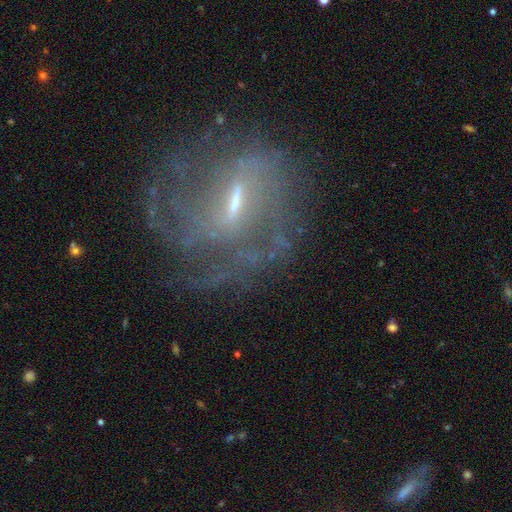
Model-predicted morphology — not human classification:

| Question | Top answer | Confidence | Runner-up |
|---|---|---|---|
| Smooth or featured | featured or disk | 81% | star or artifact (10%) |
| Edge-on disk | no | 93% | yes (7%) |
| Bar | weak | 49% | strong (37%) |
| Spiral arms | yes | 84% | no (16%) |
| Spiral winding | tight | 40% | medium (37%) |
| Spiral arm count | can't tell | 44% | 2 (25%) |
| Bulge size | small | 53% | moderate (33%) |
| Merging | none | 61% | minor disturbance (18%) |